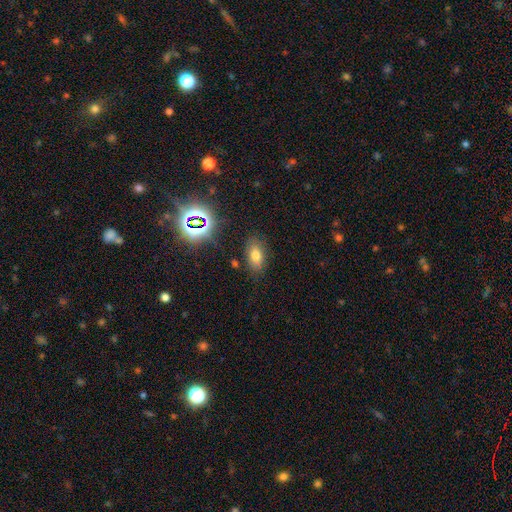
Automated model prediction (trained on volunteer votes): Overall: smooth (66%). How rounded: in between (87%). Merging: none (80%).